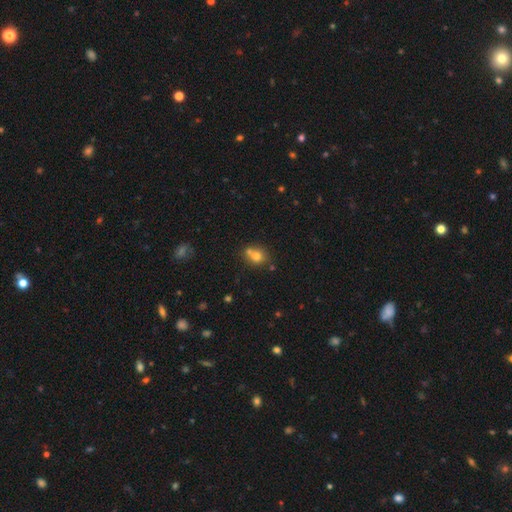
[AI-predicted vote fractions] Smooth or featured? smooth (73%)
How rounded? round (72%)
Merging? none (48%)